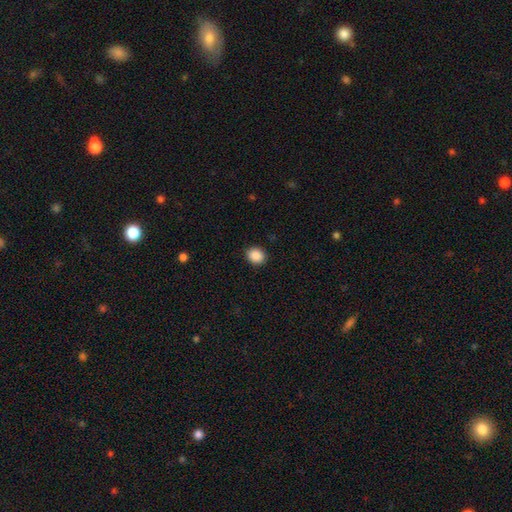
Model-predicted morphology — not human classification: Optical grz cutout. It shows a smooth galaxy with no disk features (89%) that is round (68%). Merging: none (90%).